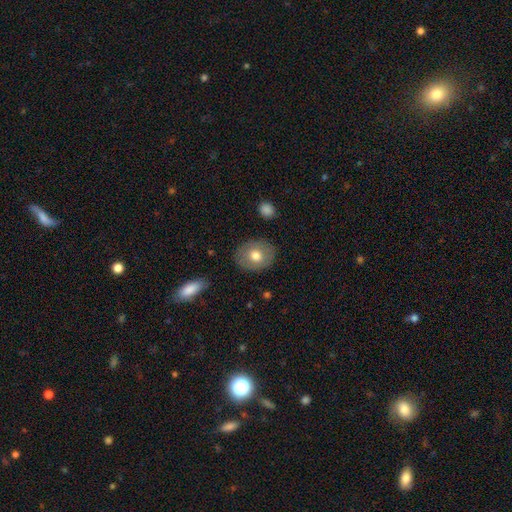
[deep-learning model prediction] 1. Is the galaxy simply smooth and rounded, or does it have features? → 68% smooth, 25% featured or disk, 7% star or artifact.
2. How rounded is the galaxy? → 52% round, 47% in between, 1% cigar-shaped.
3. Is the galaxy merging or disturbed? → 85% none, 11% minor disturbance, 3% major disturbance, 1% merger.